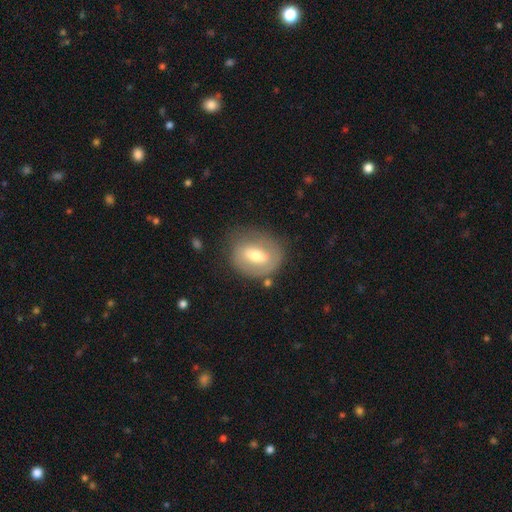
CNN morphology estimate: A smooth galaxy with no disk features (50%) that is round (50%).

Vote fractions:
- Smooth or featured? smooth: 50% / featured or disk: 43% / star or artifact: 7%
- How rounded? round: 50% / in between: 49% / cigar-shaped: 2%
- Merging? none: 68% / minor disturbance: 20% / major disturbance: 8% / merger: 3%